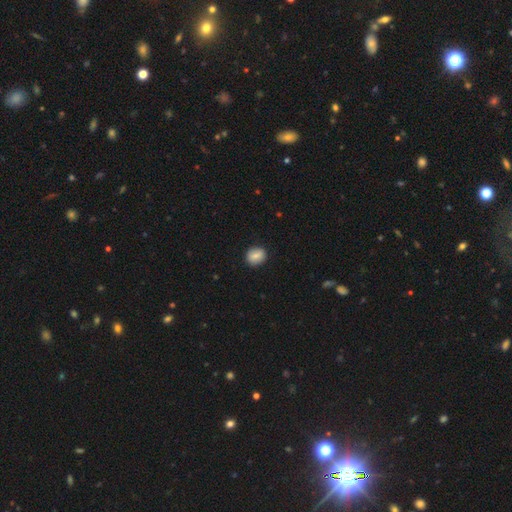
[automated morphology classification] The model was most divided on "how rounded": round: 75%, in between: 24%, cigar-shaped: 1%. More confident: merging — none (89%); smooth or featured — smooth (78%).